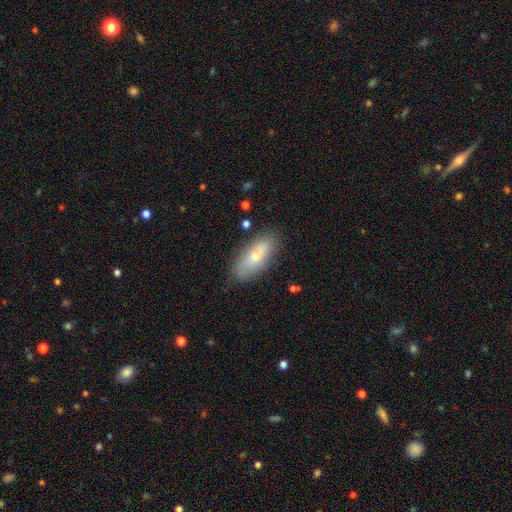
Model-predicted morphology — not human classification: Smooth or featured: smooth — 64% (featured or disk — 29%)
How rounded: in between — 74% (cigar-shaped — 23%)
Merging: none — 82% (minor disturbance — 13%)